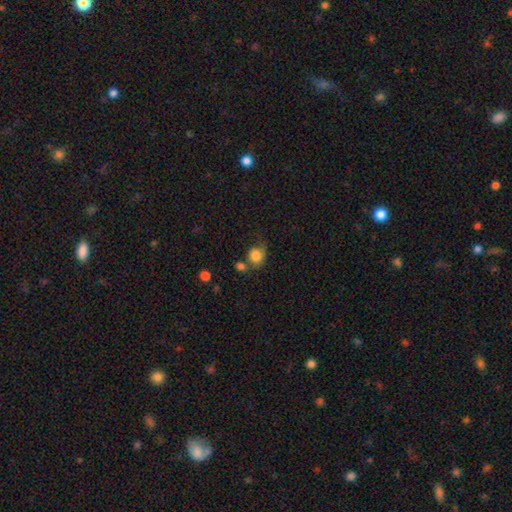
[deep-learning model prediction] Smooth or featured: smooth — 82% (featured or disk — 9%)
How rounded: round — 73% (in between — 27%)
Merging: none — 42% (minor disturbance — 25%)